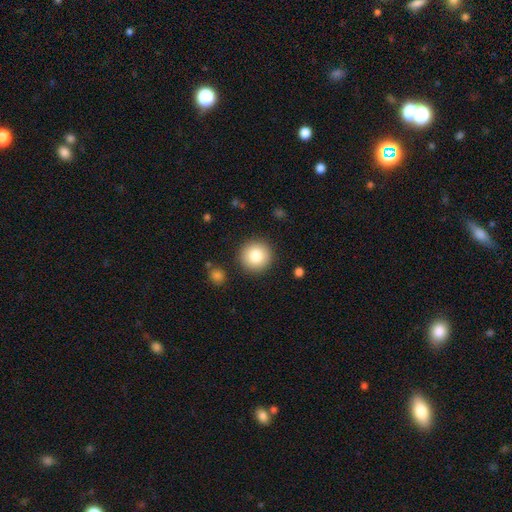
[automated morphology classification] This appears to be a smooth galaxy with no disk features (83%) that is round (95%). Merging: none (90%).